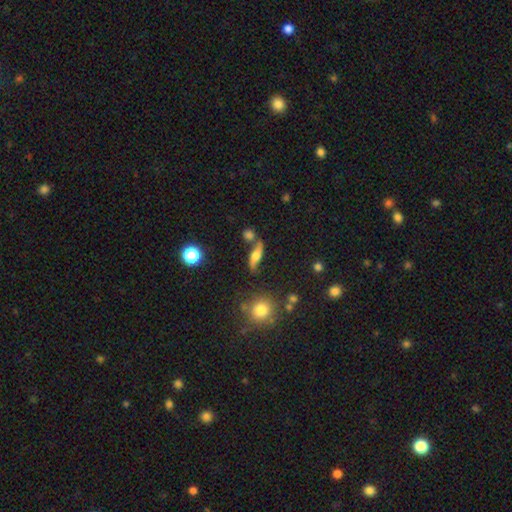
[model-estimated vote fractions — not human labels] The model was most divided on "edge-on disk": no: 60%, yes: 40%. More confident: merging — none (62%); smooth or featured — featured or disk (60%).